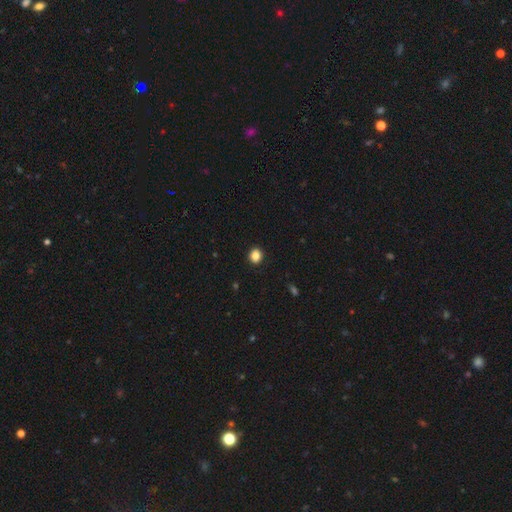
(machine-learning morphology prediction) This appears to be a smooth galaxy with no disk features (86%) that is round (71%). Merging: none (90%).